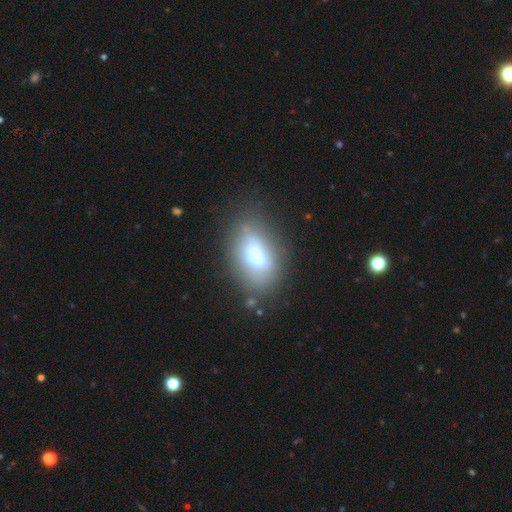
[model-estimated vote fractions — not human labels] A smooth galaxy with no disk features (55%) that is in between round and cigar-shaped (83%). Merging: none (56%).